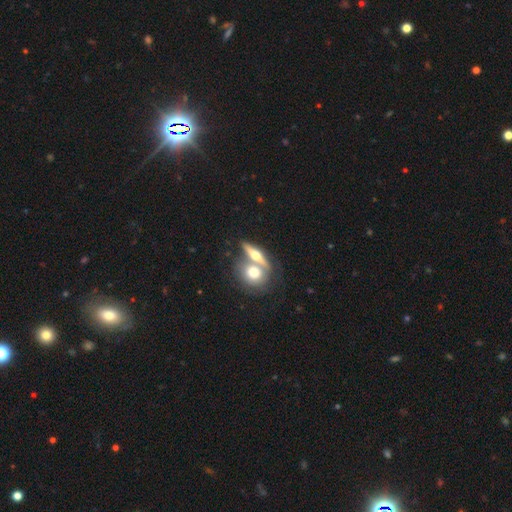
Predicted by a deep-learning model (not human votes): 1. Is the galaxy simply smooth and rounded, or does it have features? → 52% featured or disk, 41% smooth, 7% star or artifact.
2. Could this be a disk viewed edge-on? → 82% yes, 18% no.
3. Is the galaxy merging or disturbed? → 45% none, 43% merger, 8% minor disturbance, 4% major disturbance.